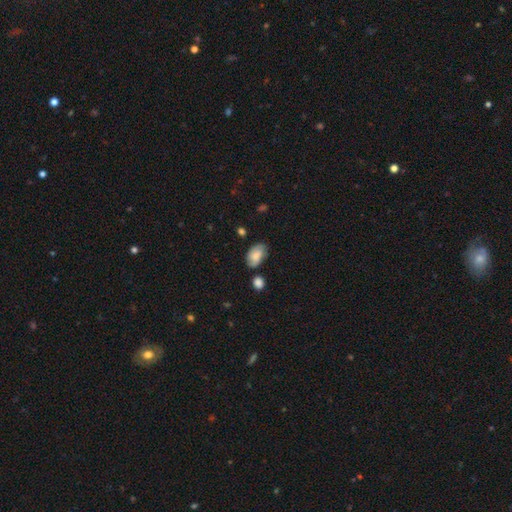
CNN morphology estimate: Overall: smooth (66%). How rounded: in between (90%). Merging: none (62%; minor disturbance 25%).